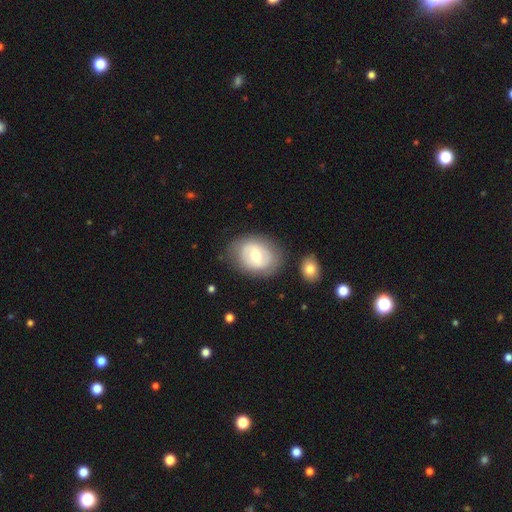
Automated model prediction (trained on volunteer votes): A featured or disk galaxy (49%).

Vote fractions:
- Smooth or featured? featured or disk: 49% / smooth: 44% / star or artifact: 6%
- Merging? none: 75% / minor disturbance: 15% / major disturbance: 6% / merger: 4%